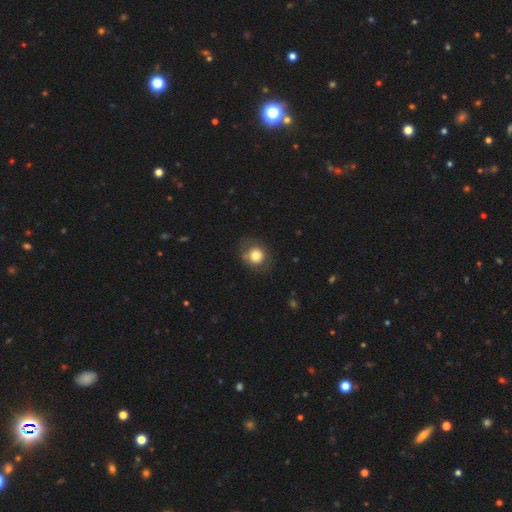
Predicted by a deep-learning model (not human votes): The model was most divided on "merging": none: 71%, minor disturbance: 19%, major disturbance: 8%, merger: 2%. More confident: how rounded — round (78%); smooth or featured — smooth (77%).